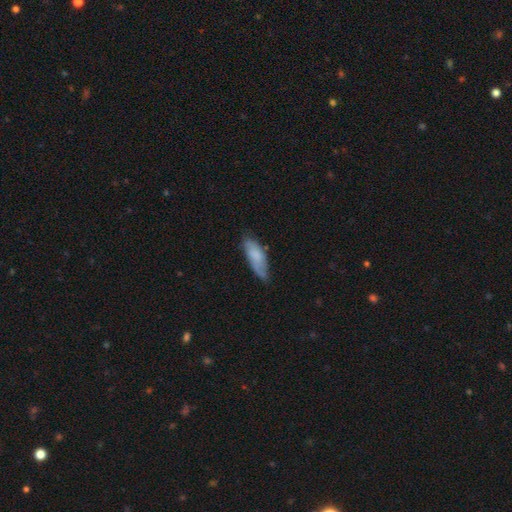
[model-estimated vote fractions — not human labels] Morphology: type=smooth (74%); roundness=in between (63%); merging=none (59%).